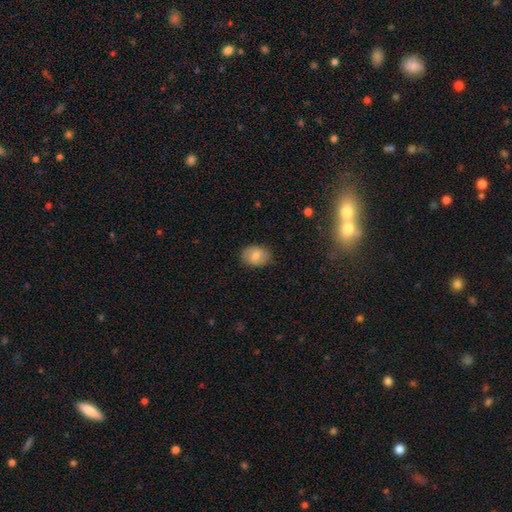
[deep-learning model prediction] Morphology: type=smooth (77%); roundness=in between (70%); merging=none (86%).